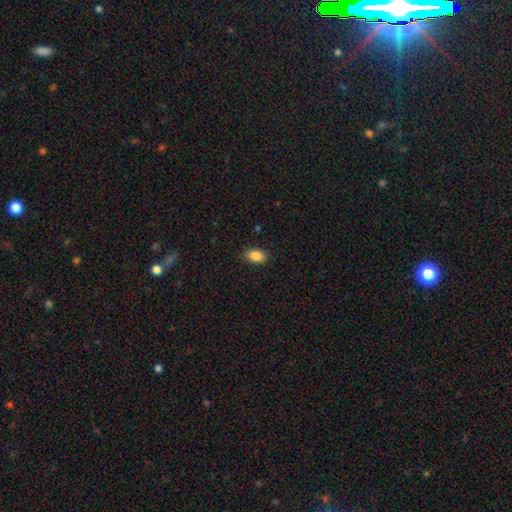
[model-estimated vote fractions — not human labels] This appears to be a smooth galaxy with no disk features (88%) that is in between round and cigar-shaped (89%). Merging: none (88%).